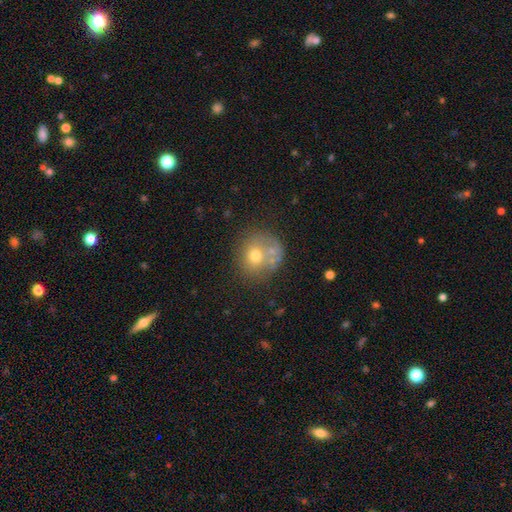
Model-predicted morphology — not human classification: Overall: smooth (63%; featured or disk 24%). How rounded: round (81%). Merging: none (46%; merger 28%).